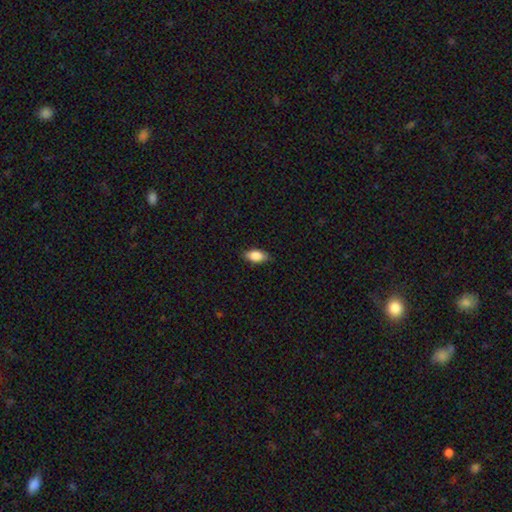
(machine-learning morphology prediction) The model was most divided on "smooth or featured": smooth: 83%, featured or disk: 10%, star or artifact: 7%. More confident: how rounded — in between (88%); merging — none (86%).